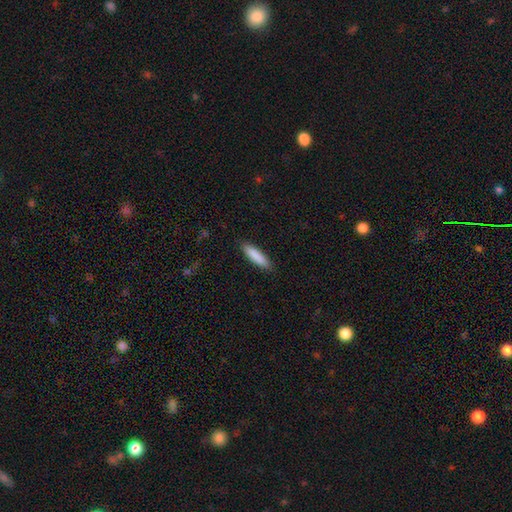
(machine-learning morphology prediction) smooth 87%, featured or disk 7%, star or artifact 6%. Down the decision tree: how rounded — cigar-shaped (74%); merging — none (88%).